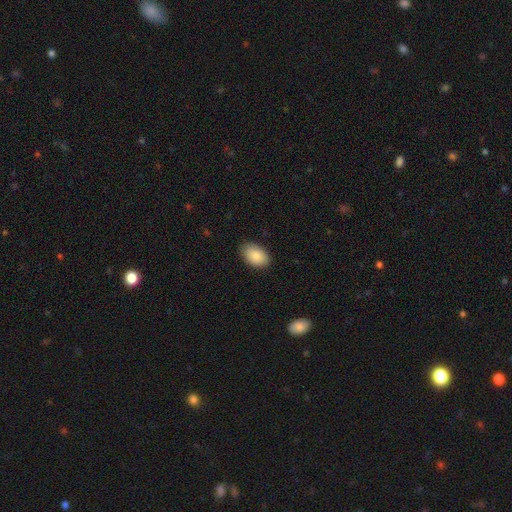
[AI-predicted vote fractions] Smooth or featured: smooth — 89% (star or artifact — 7%)
How rounded: in between — 90% (round — 9%)
Merging: none — 85% (minor disturbance — 11%)